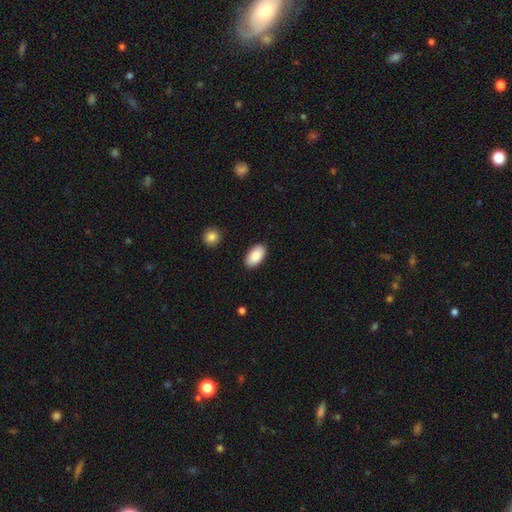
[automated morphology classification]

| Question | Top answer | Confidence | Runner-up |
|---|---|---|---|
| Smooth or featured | smooth | 89% | star or artifact (6%) |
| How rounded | in between | 95% | round (3%) |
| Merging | none | 88% | minor disturbance (9%) |